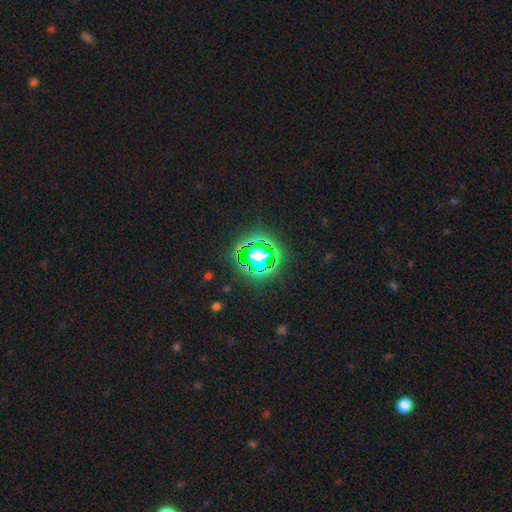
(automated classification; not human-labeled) A star or artifact, not a galaxy (56%).

Vote fractions:
- Smooth or featured? star or artifact: 56% / smooth: 30% / featured or disk: 15%